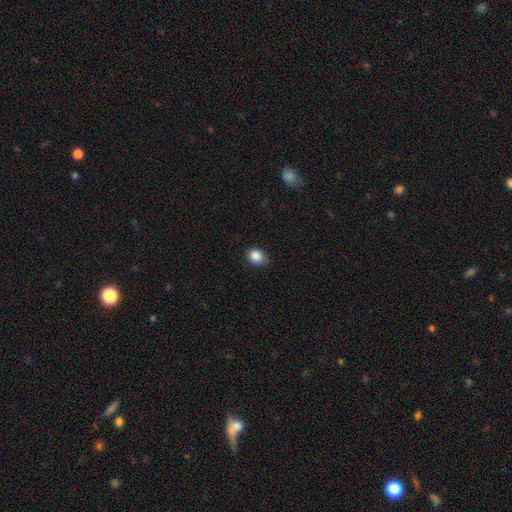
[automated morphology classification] A smooth galaxy with no disk features (88%) that is in between round and cigar-shaped (58%).

Vote fractions:
- Smooth or featured? smooth: 88% / star or artifact: 9% / featured or disk: 3%
- How rounded? in between: 58% / round: 41% / cigar-shaped: 1%
- Merging? none: 77% / minor disturbance: 18% / major disturbance: 3% / merger: 1%